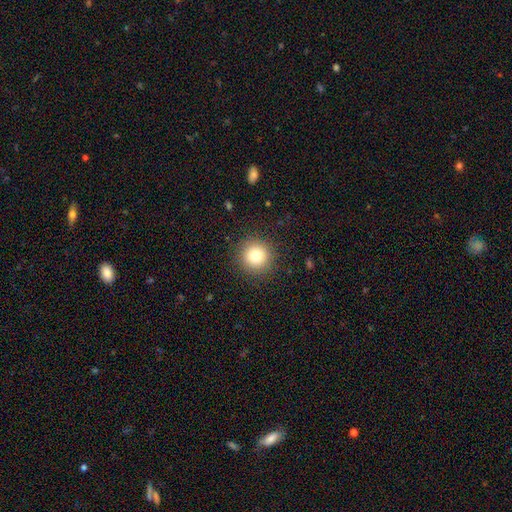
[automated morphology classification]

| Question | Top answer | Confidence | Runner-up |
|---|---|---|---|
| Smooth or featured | smooth | 80% | star or artifact (11%) |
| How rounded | round | 95% | in between (4%) |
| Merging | none | 90% | minor disturbance (6%) |